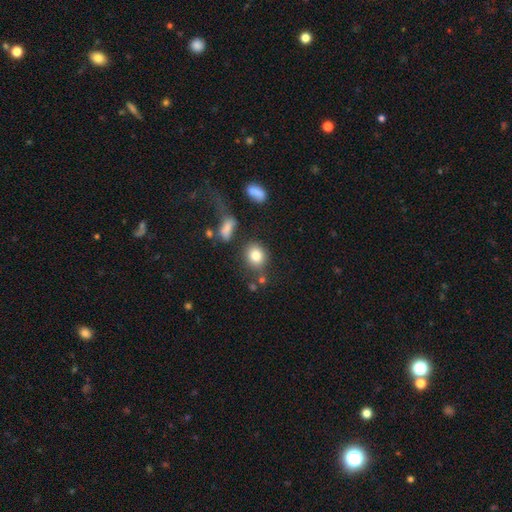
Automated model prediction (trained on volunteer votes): Smooth or featured: smooth — 82% (star or artifact — 10%)
How rounded: round — 67% (in between — 32%)
Merging: none — 73% (minor disturbance — 13%)